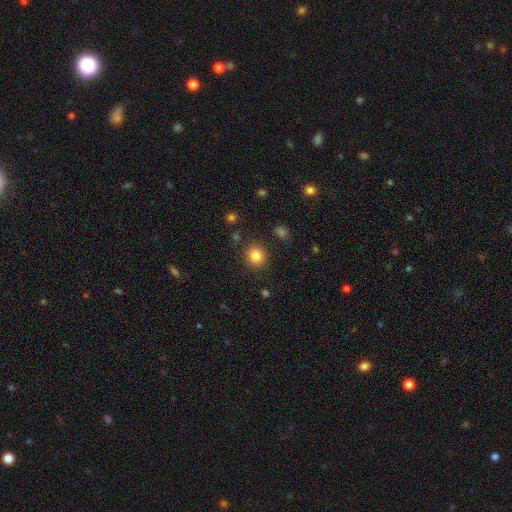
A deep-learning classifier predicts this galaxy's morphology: Smooth or featured?
  - smooth: 84% *
  - star or artifact: 11%
  - featured or disk: 5%
How rounded?
  - round: 87% *
  - in between: 12%
  - cigar-shaped: 1%
Merging?
  - none: 88% *
  - minor disturbance: 7%
  - major disturbance: 3%
  - merger: 2%